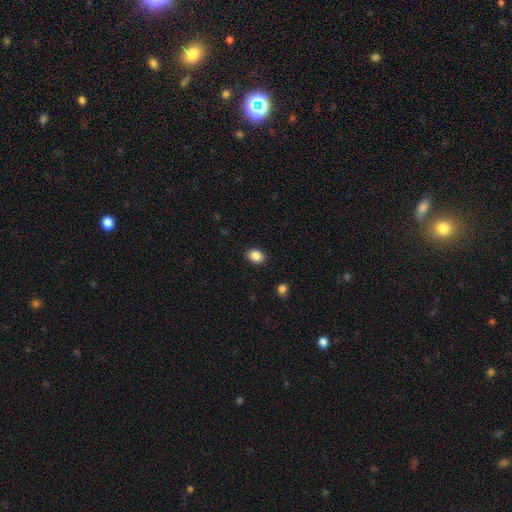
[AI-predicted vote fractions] Smooth or featured: smooth — 87% (star or artifact — 9%)
How rounded: in between — 61% (round — 38%)
Merging: none — 89% (minor disturbance — 8%)